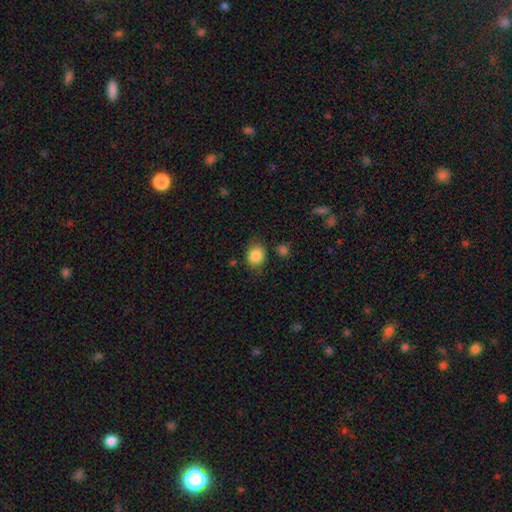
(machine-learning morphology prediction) Smooth or featured?
  - smooth: 86% *
  - star or artifact: 9%
  - featured or disk: 5%
How rounded?
  - round: 59% *
  - in between: 40%
  - cigar-shaped: 1%
Merging?
  - none: 76% *
  - minor disturbance: 15%
  - major disturbance: 4%
  - merger: 4%